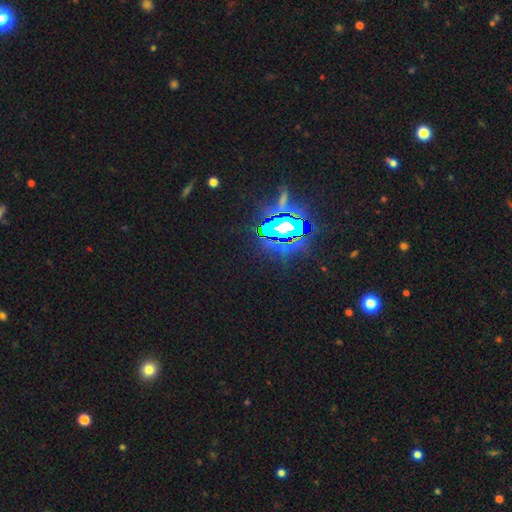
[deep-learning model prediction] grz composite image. It shows a star or artifact, not a galaxy (76%).